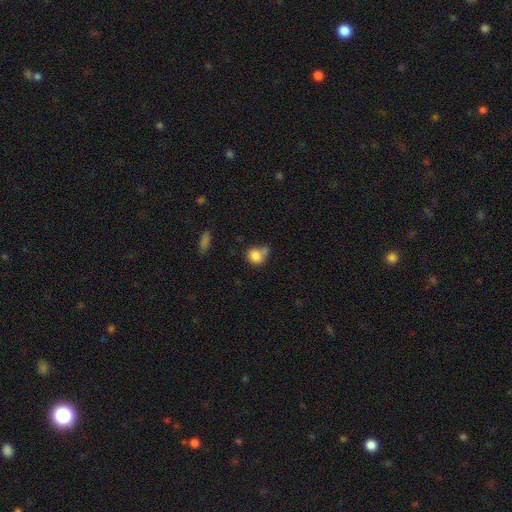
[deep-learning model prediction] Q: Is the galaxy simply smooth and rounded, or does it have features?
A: smooth — 84%.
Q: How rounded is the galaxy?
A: round — 73%.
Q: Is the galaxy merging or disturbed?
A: none — 42%.